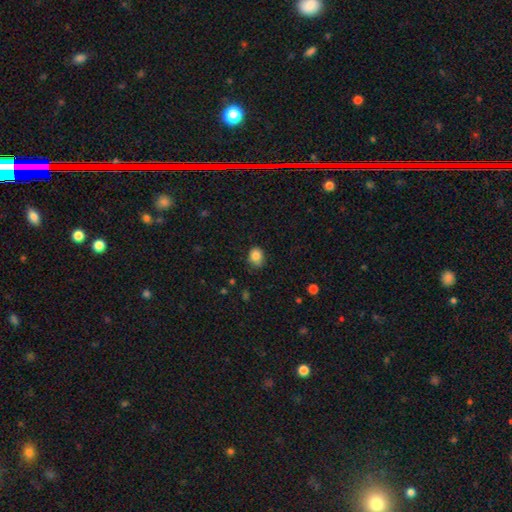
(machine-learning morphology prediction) Smooth or featured? Predicted: smooth (p=0.85). How rounded? Predicted: round (p=0.59). Merging? Predicted: none (p=0.63).